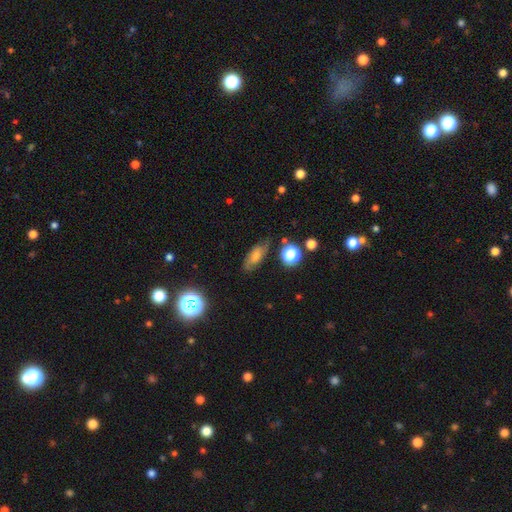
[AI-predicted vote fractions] Smooth or featured? Predicted: smooth (p=0.51). How rounded? Predicted: in between (p=0.75). Merging? Predicted: none (p=0.68).